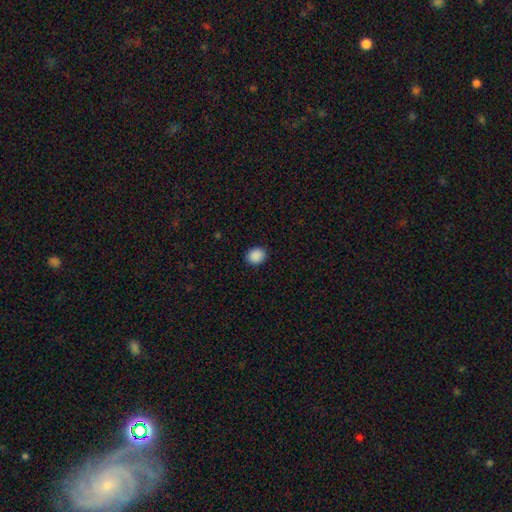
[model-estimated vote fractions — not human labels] Smooth or featured: smooth — 89% (star or artifact — 9%)
How rounded: round — 62% (in between — 37%)
Merging: none — 90% (minor disturbance — 7%)